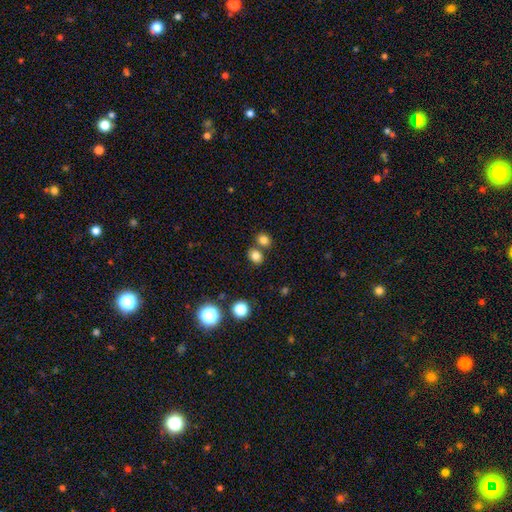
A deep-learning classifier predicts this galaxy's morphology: Smooth or featured? Predicted: smooth (p=0.80). How rounded? Predicted: round (p=0.56). Merging? Predicted: none (p=0.66).